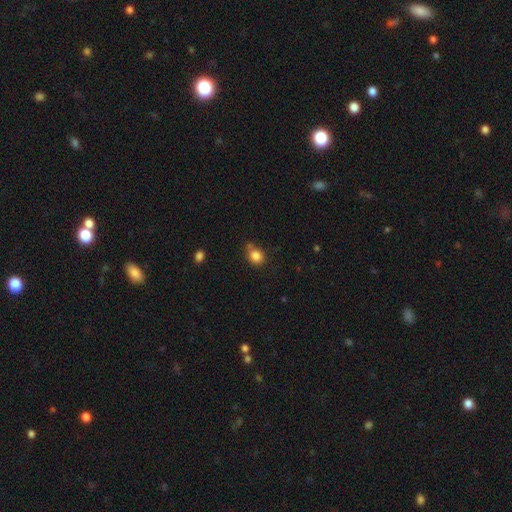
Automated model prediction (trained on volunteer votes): smooth_or_featured: smooth (p=0.84) [alt: star or artifact p=0.11]
how_rounded: round (p=0.68) [alt: in between p=0.31]
merging: none (p=0.65) [alt: minor disturbance p=0.19]